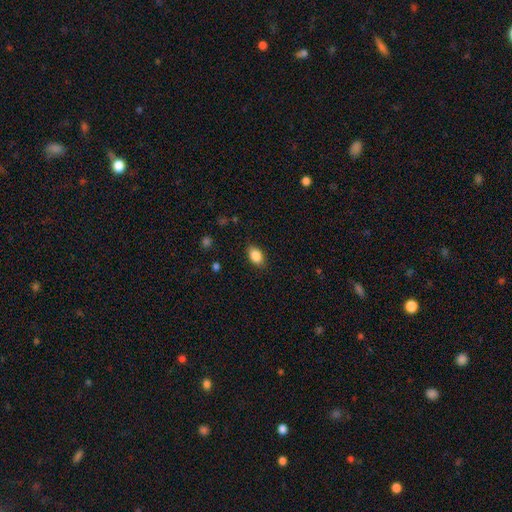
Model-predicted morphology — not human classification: smooth_or_featured: smooth (p=0.88) [alt: star or artifact p=0.08]
how_rounded: in between (p=0.87) [alt: round p=0.12]
merging: none (p=0.85) [alt: minor disturbance p=0.11]